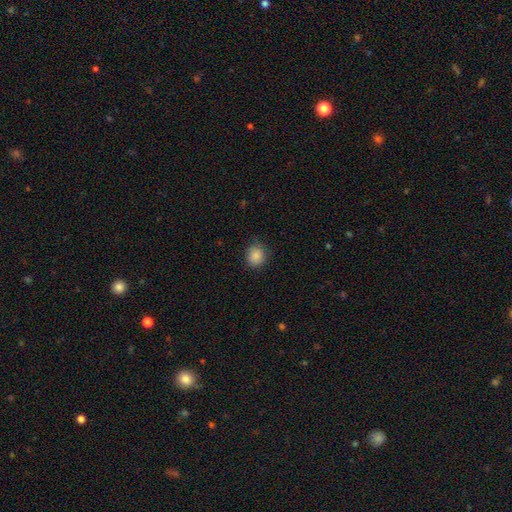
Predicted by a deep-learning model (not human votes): Overall: smooth (87%). How rounded: round (74%). Merging: none (81%).